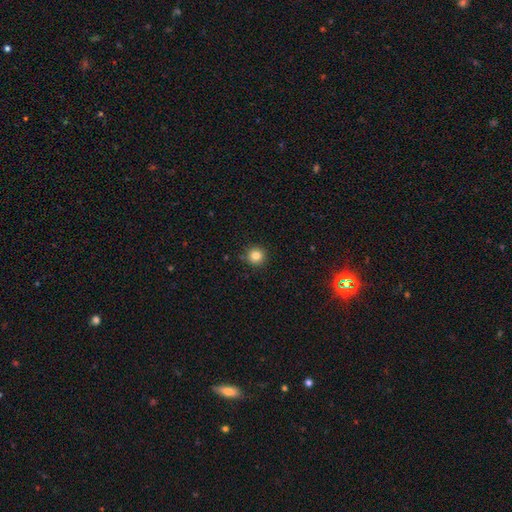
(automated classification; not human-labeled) This is clearly a smooth galaxy (83%). How rounded: clearly round (94%). Merging: clearly none (89%).